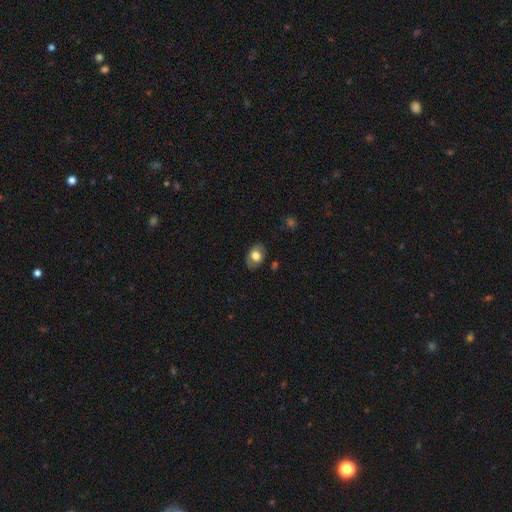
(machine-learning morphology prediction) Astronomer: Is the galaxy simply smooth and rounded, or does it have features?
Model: smooth — 65%.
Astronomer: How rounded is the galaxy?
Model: in between — 77%.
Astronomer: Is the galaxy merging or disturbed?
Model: none — 79%.